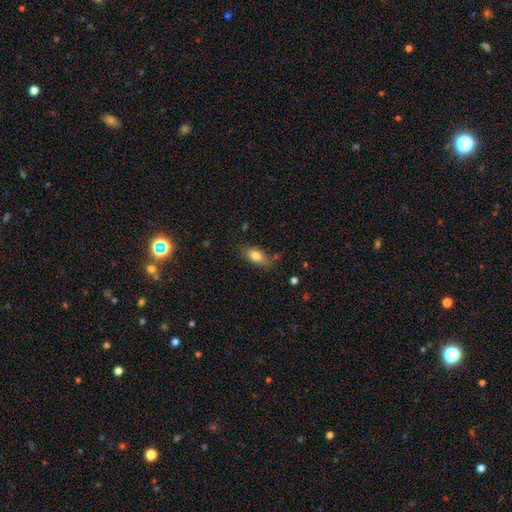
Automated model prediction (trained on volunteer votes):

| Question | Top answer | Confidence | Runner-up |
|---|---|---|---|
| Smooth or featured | smooth | 79% | featured or disk (13%) |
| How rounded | in between | 85% | cigar-shaped (9%) |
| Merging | none | 70% | minor disturbance (21%) |